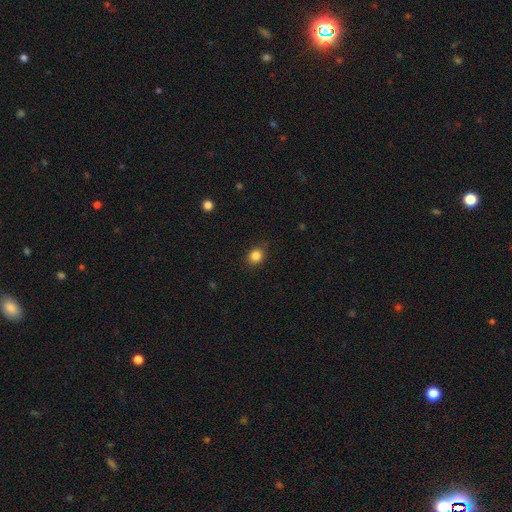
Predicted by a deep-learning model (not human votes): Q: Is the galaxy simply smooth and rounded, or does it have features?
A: smooth — 85%.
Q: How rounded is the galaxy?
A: round — 74%.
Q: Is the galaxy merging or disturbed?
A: none — 87%.